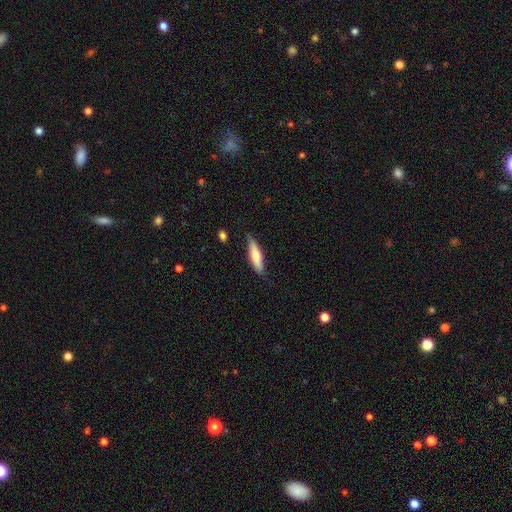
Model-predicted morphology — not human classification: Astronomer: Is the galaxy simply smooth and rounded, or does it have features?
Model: smooth — 68%.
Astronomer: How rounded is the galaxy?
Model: cigar-shaped — 70%.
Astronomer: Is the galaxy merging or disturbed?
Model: none — 77%.